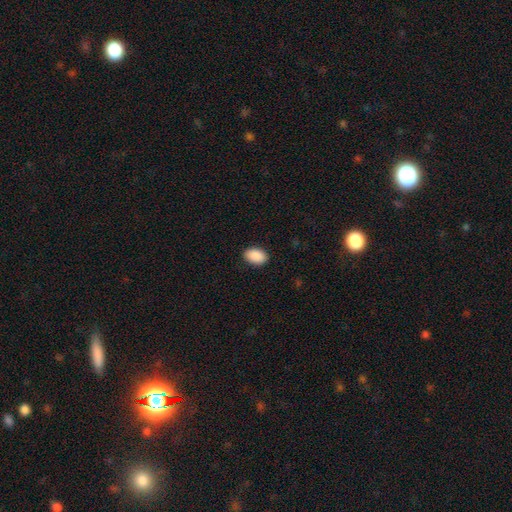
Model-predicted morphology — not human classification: This is clearly a smooth galaxy (91%). How rounded: clearly in between (89%). Merging: clearly none (89%).